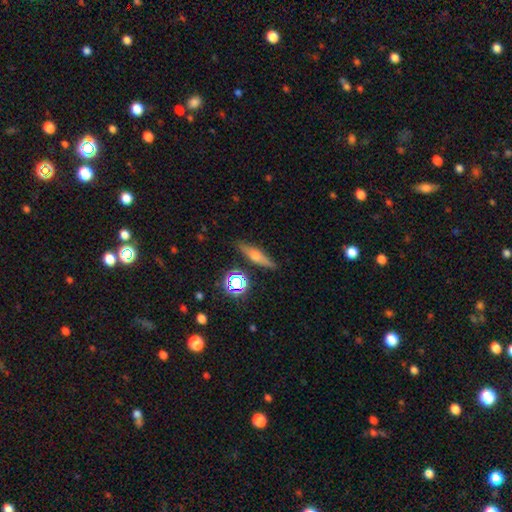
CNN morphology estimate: A featured or disk galaxy (48%). Merging: none (86%).